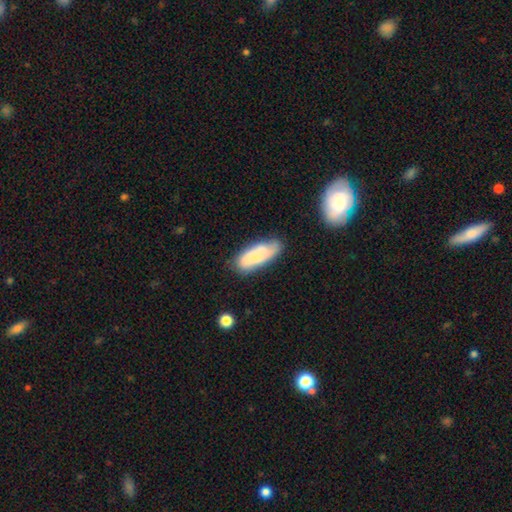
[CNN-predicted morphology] This appears to be a smooth galaxy with no disk features (71%) that is in between round and cigar-shaped (71%). Merging: none (61%).